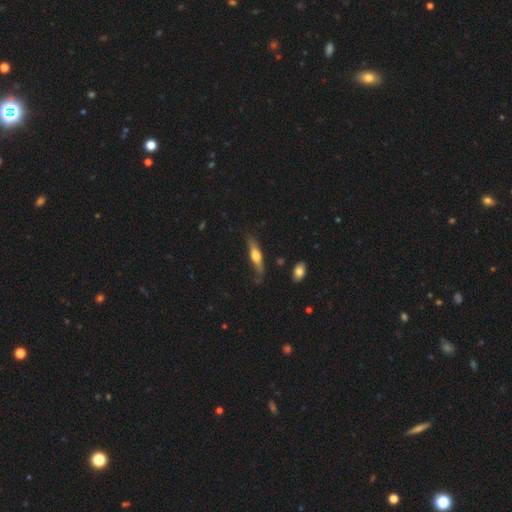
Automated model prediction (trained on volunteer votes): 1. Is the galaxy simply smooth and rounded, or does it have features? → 54% featured or disk, 41% smooth, 6% star or artifact.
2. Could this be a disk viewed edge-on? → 92% yes, 8% no.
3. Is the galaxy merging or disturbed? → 77% none, 17% minor disturbance, 4% major disturbance, 3% merger.